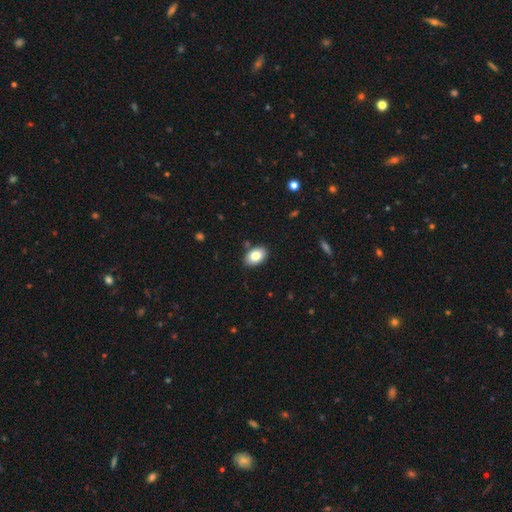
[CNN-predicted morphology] smooth-or-featured: smooth: 82% | featured or disk: 10% | star or artifact: 8%
  how-rounded: in between: 88% | round: 11% | cigar-shaped: 1%
  merging: none: 87% | minor disturbance: 9% | merger: 2% | major disturbance: 2%